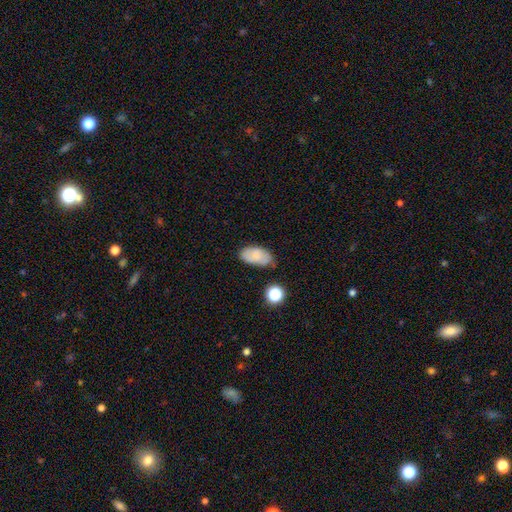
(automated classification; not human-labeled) A smooth galaxy with no disk features (75%) that is in between round and cigar-shaped (93%).

Vote fractions:
- Smooth or featured? smooth: 75% / featured or disk: 15% / star or artifact: 10%
- How rounded? in between: 93% / round: 5% / cigar-shaped: 2%
- Merging? none: 64% / minor disturbance: 25% / major disturbance: 6% / merger: 5%